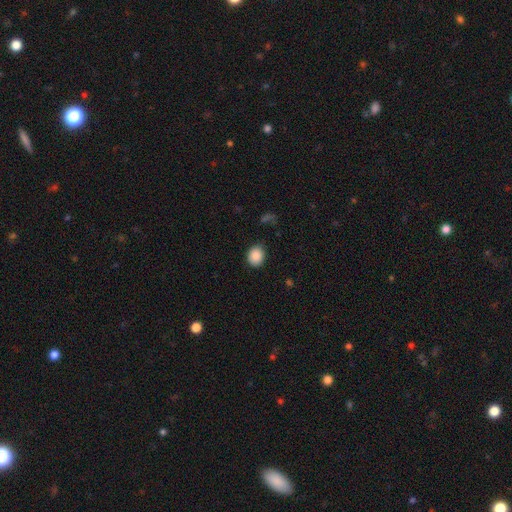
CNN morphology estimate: Smooth or featured?
  - smooth: 86% *
  - star or artifact: 9%
  - featured or disk: 5%
How rounded?
  - round: 60% *
  - in between: 39%
  - cigar-shaped: 1%
Merging?
  - none: 87% *
  - minor disturbance: 10%
  - major disturbance: 2%
  - merger: 1%